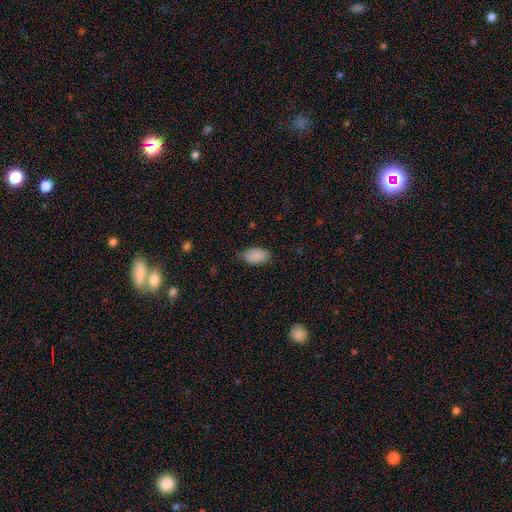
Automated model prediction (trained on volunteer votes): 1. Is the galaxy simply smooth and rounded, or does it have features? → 88% smooth, 8% star or artifact, 4% featured or disk.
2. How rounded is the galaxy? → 93% in between, 5% round, 1% cigar-shaped.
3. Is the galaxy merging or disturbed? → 68% none, 26% minor disturbance, 5% major disturbance, 1% merger.